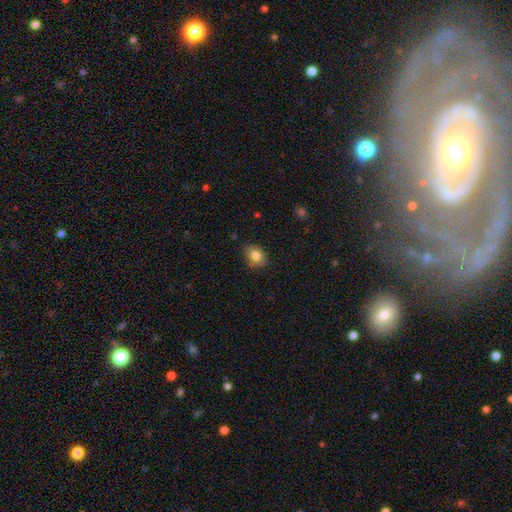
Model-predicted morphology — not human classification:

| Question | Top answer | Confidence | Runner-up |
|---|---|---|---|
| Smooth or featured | smooth | 82% | star or artifact (9%) |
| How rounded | in between | 59% | round (40%) |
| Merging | none | 80% | minor disturbance (16%) |